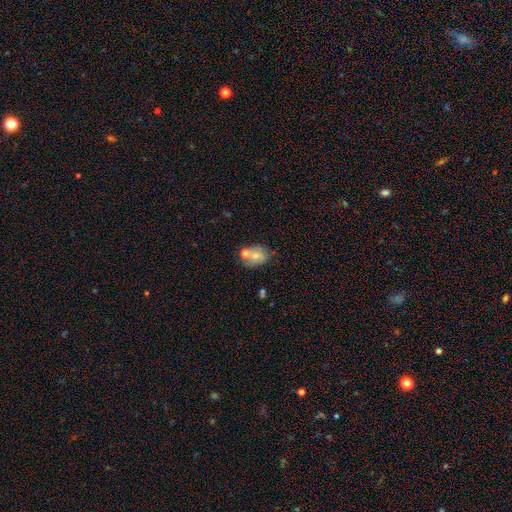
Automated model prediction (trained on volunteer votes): smooth-or-featured: smooth: 66% | featured or disk: 24% | star or artifact: 10%
  how-rounded: in between: 67% | round: 32% | cigar-shaped: 1%
  merging: none: 49% | merger: 26% | minor disturbance: 19% | major disturbance: 7%